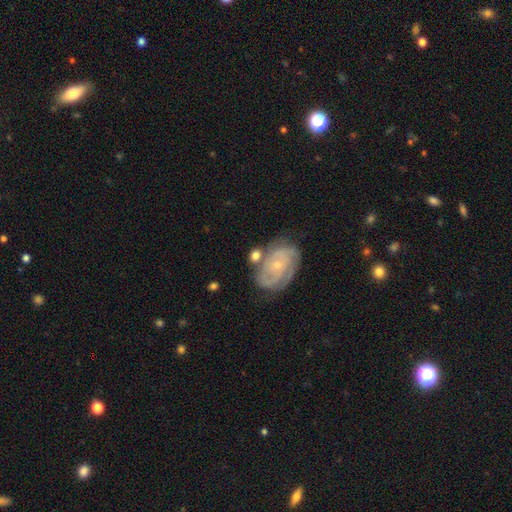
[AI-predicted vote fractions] Smooth or featured? Predicted: featured or disk (p=0.57). Edge-on disk? Predicted: no (p=0.96). Bar? Predicted: no (p=0.79). Spiral arms? Predicted: yes (p=0.78). Bulge size? Predicted: small (p=0.77). Merging? Predicted: none (p=0.57).